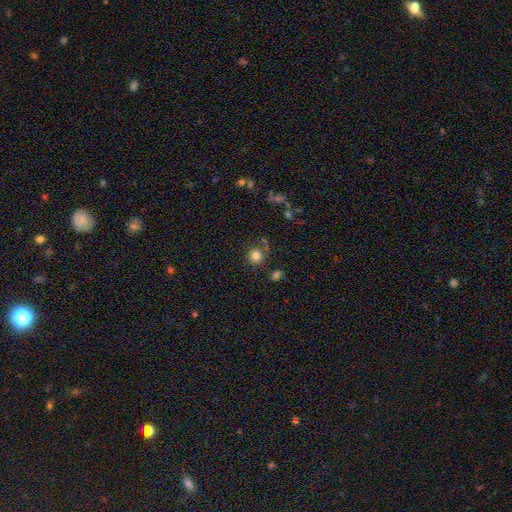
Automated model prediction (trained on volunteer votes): Smooth or featured? smooth (82%)
How rounded? round (91%)
Merging? none (79%)